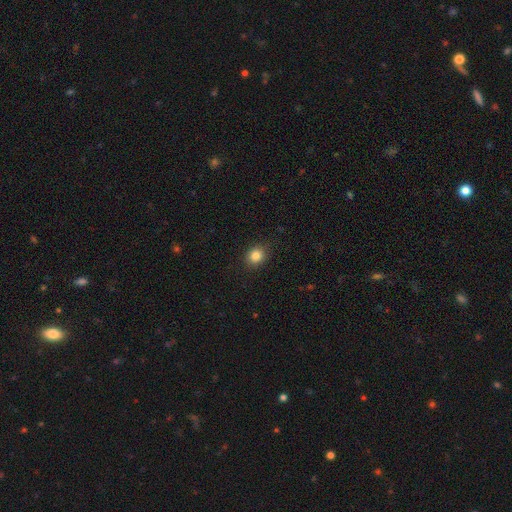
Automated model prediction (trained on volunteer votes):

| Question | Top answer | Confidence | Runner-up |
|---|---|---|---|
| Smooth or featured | smooth | 84% | star or artifact (11%) |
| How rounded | round | 66% | in between (34%) |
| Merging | none | 88% | minor disturbance (8%) |